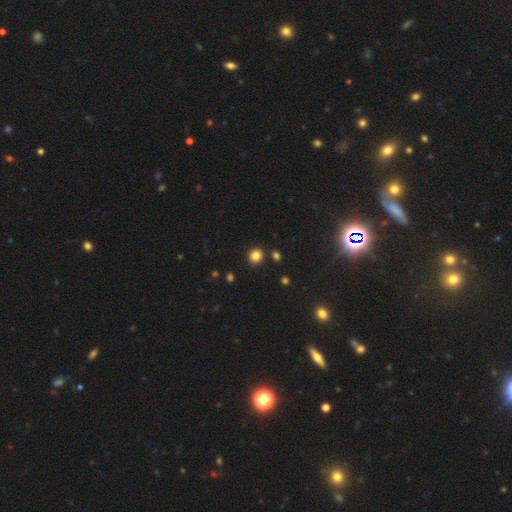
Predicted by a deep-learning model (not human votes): Morphology: type=smooth (84%); roundness=round (79%); merging=none (86%).